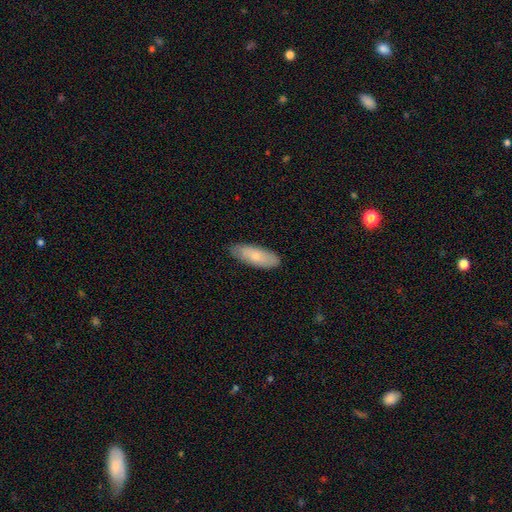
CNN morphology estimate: Overall: smooth (76%). How rounded: in between (70%). Merging: none (83%).